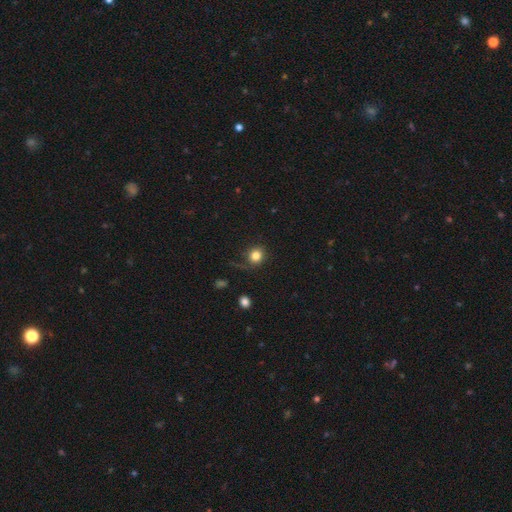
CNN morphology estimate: This appears to be a smooth galaxy with no disk features (82%) that is round (85%). Merging: none (78%).